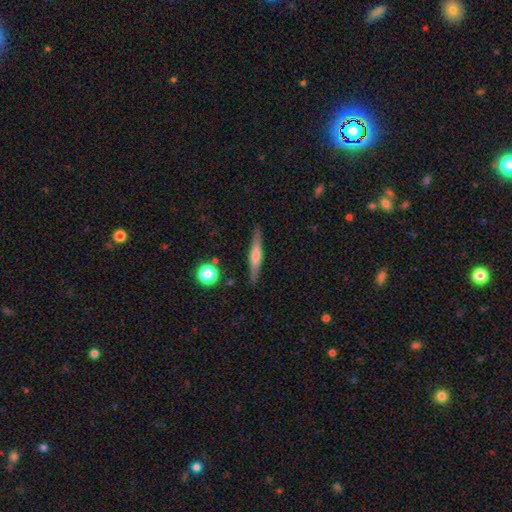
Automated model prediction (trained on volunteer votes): This appears to be a featured or disk galaxy (56%) viewed edge-on (97%) with a rounded central bulge (67%). Merging: none (89%).